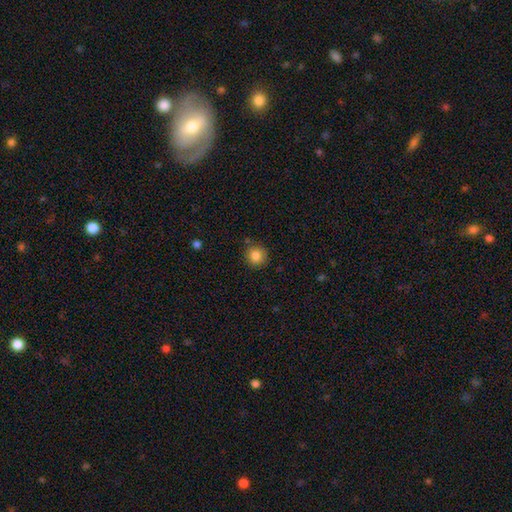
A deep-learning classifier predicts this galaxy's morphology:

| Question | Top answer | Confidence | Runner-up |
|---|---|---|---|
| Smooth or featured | smooth | 85% | star or artifact (10%) |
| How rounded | round | 92% | in between (7%) |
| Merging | none | 84% | minor disturbance (10%) |